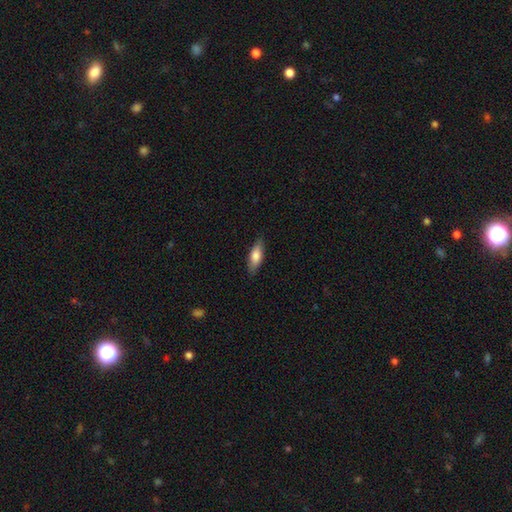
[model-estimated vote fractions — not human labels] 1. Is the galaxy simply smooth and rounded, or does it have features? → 76% smooth, 19% featured or disk, 6% star or artifact.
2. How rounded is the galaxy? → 66% in between, 32% cigar-shaped, 2% round.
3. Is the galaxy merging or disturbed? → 85% none, 12% minor disturbance, 2% major disturbance, 1% merger.